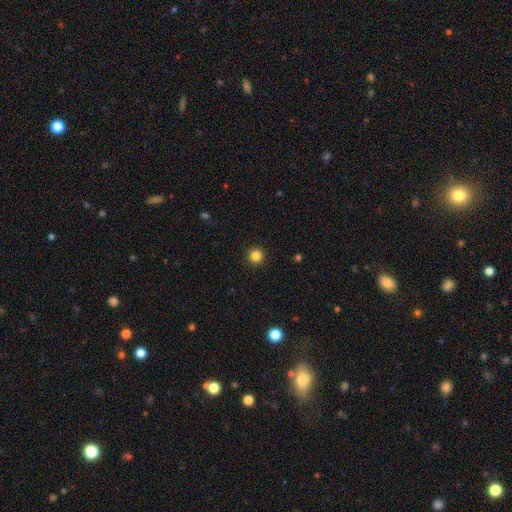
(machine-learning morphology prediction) A smooth galaxy with no disk features (84%) that is round (96%). Merging: none (93%).